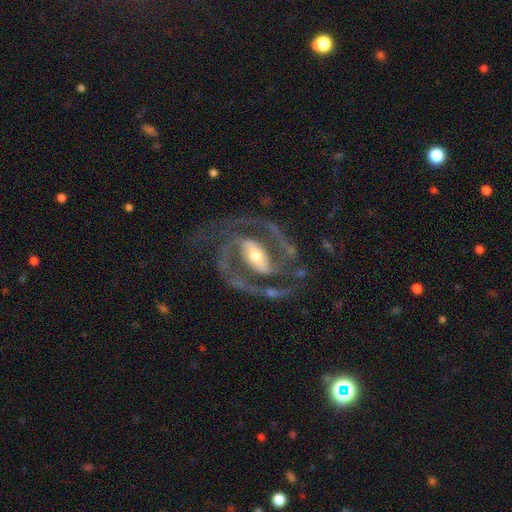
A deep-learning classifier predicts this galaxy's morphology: smooth-or-featured: featured or disk: 93% | star or artifact: 4% | smooth: 3%
  disk-edge-on: no: 97% | yes: 3%
    bar: strong: 59% | weak: 29% | no: 12%
    has-spiral-arms: yes: 98% | no: 2%
      spiral-winding: medium: 59% | tight: 31% | loose: 10%
      spiral-arm-count: 2: 89% | 3: 5% | can't tell: 2% | 1: 1% | 4: 1% | more than 4: 1%
    bulge-size: moderate: 58% | small: 33% | large: 7% | none: 1% | dominant: 1%
  merging: none: 73% | minor disturbance: 14% | major disturbance: 11% | merger: 2%